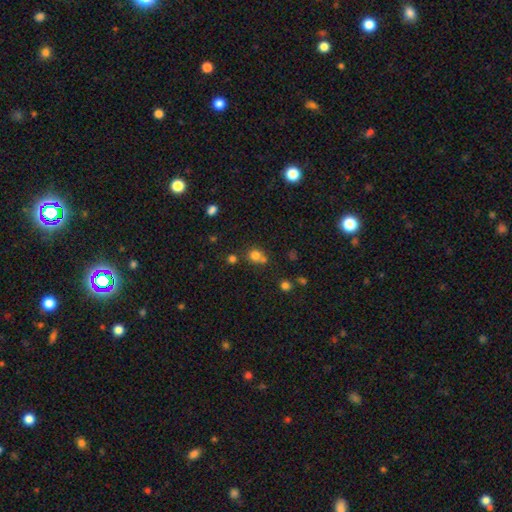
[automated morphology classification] Q: Smooth or featured?
A: smooth (76%); runner-up: star or artifact (15%)
Q: How rounded?
A: round (80%); runner-up: in between (19%)
Q: Merging?
A: none (50%); runner-up: merger (34%)